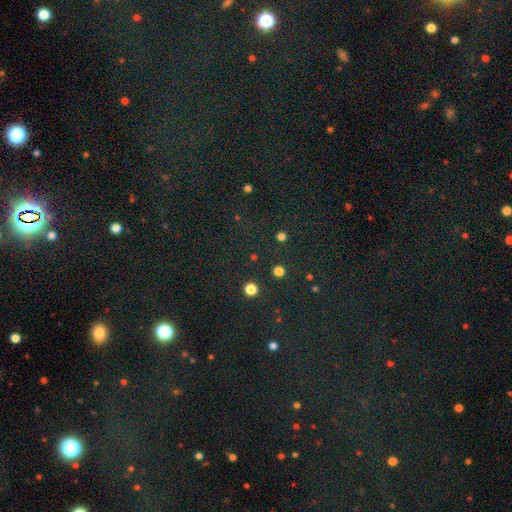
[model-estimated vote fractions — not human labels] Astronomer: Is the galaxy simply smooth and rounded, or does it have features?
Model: star or artifact — 78%.